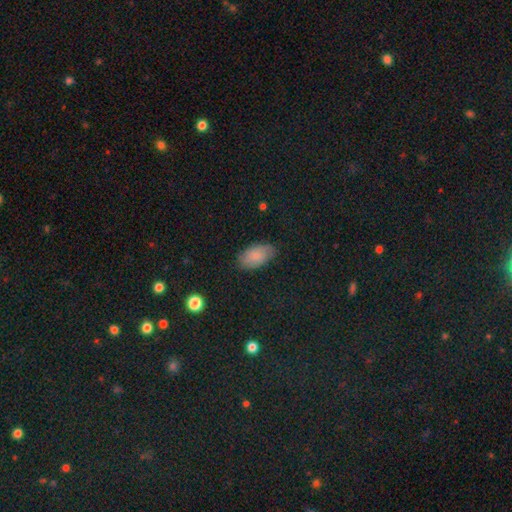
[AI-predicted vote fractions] The model was most divided on "smooth or featured": smooth: 77%, featured or disk: 14%, star or artifact: 9%. More confident: how rounded — in between (94%); merging — none (82%).